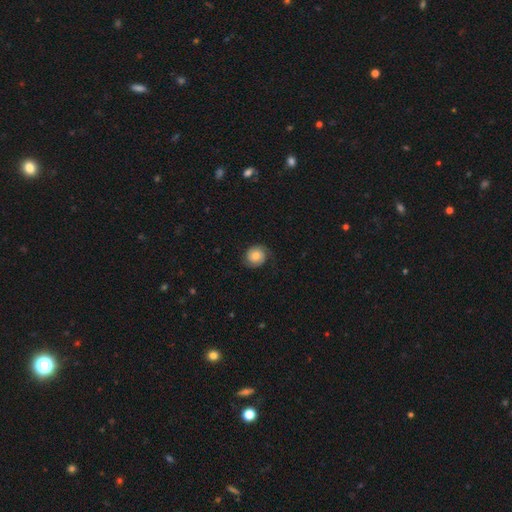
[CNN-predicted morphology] Smooth or featured: featured or disk — 52% (smooth — 39%)
Edge-on disk: no — 98% (yes — 2%)
Bar: no — 75% (weak — 21%)
Spiral arms: yes — 90% (no — 10%)
Bulge size: moderate — 61% (small — 22%)
Merging: none — 76% (minor disturbance — 16%)